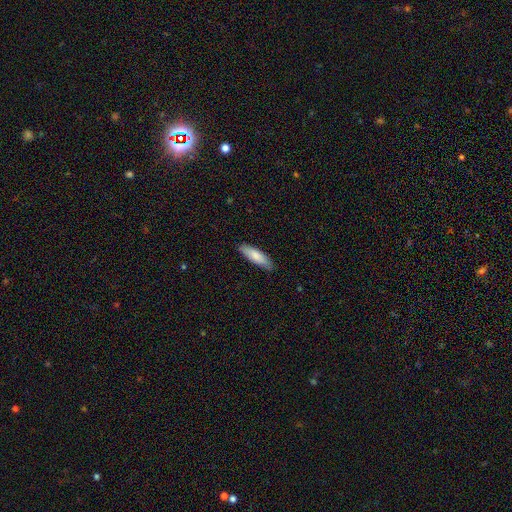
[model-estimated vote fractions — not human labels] Smooth or featured? smooth (81%)
How rounded? cigar-shaped (55%)
Merging? none (87%)